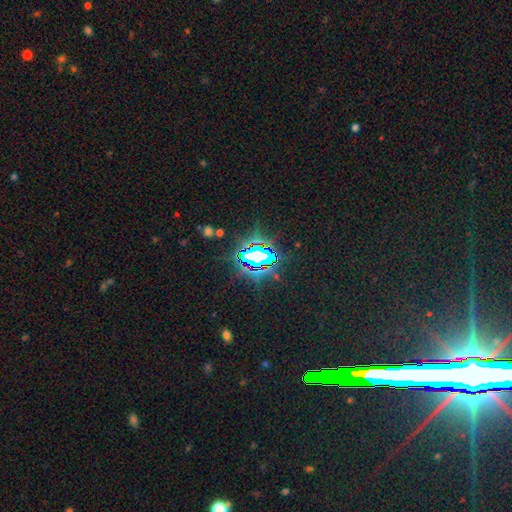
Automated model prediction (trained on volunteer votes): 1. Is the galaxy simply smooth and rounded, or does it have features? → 76% star or artifact, 12% smooth, 12% featured or disk.